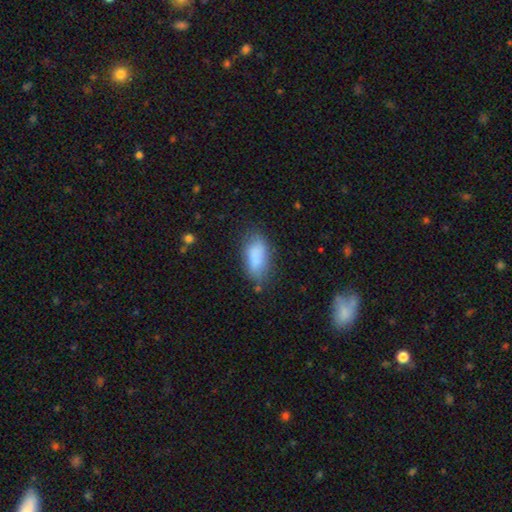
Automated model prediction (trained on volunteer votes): A smooth galaxy with no disk features (84%) that is in between round and cigar-shaped (88%).

Vote fractions:
- Smooth or featured? smooth: 84% / featured or disk: 8% / star or artifact: 8%
- How rounded? in between: 88% / cigar-shaped: 9% / round: 3%
- Merging? none: 71% / minor disturbance: 21% / major disturbance: 6% / merger: 3%